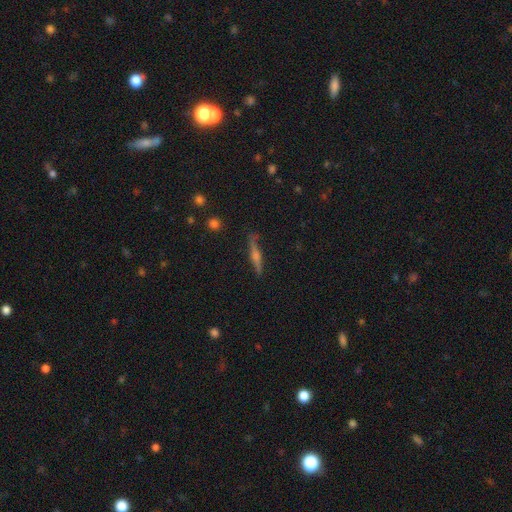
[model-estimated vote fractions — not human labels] Q: Smooth or featured?
A: featured or disk (67%); runner-up: smooth (24%)
Q: Edge-on disk?
A: yes (96%); runner-up: no (4%)
Q: Edge-on bulge?
A: rounded (76%); runner-up: boxy (14%)
Q: Merging?
A: none (85%); runner-up: minor disturbance (11%)